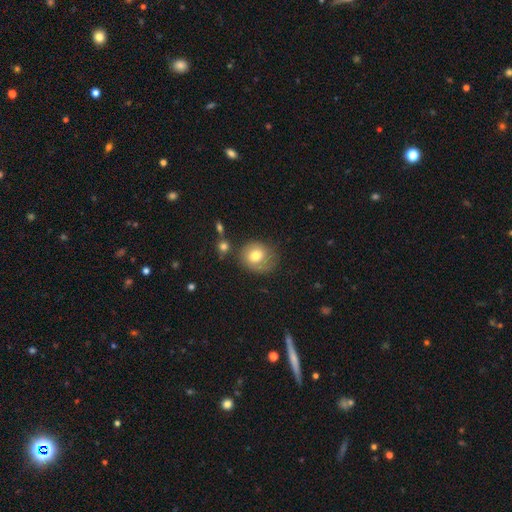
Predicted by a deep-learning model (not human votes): Smooth or featured? smooth (73%)
How rounded? round (72%)
Merging? none (66%)